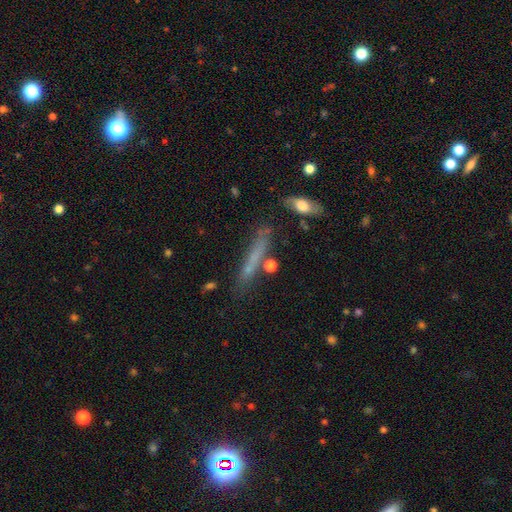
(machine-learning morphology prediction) A smooth galaxy with no disk features (57%) that is cigar-shaped (89%). Merging: none (67%).